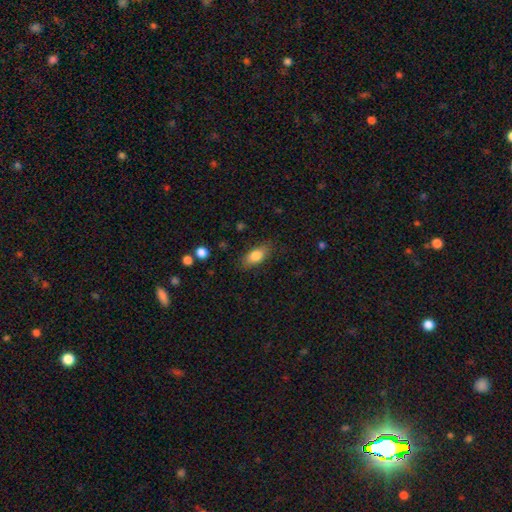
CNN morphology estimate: Smooth or featured: smooth — 83% (featured or disk — 10%)
How rounded: in between — 86% (cigar-shaped — 9%)
Merging: none — 81% (minor disturbance — 14%)